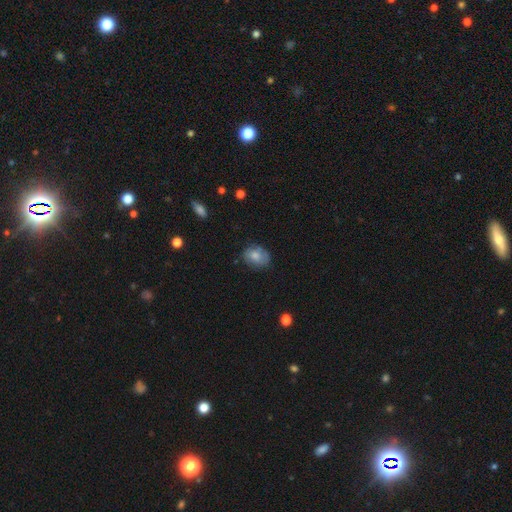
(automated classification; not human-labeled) Morphology: type=smooth (68%); roundness=in between (69%); merging=none (70%).